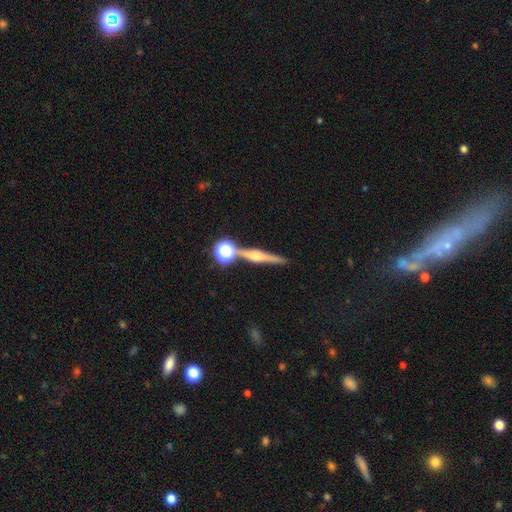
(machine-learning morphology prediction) Q: Smooth or featured?
A: featured or disk (72%); runner-up: smooth (17%)
Q: Edge-on disk?
A: yes (97%); runner-up: no (3%)
Q: Edge-on bulge?
A: rounded (91%); runner-up: boxy (5%)
Q: Merging?
A: none (79%); runner-up: merger (11%)